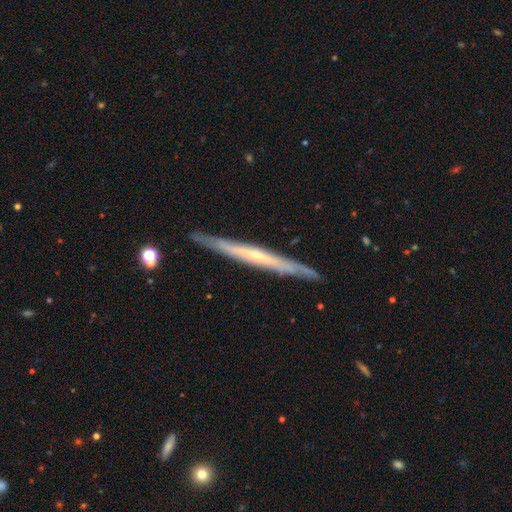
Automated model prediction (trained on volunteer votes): A featured or disk galaxy (74%) viewed edge-on (94%) with no central bulge (49%). Merging: none (88%).